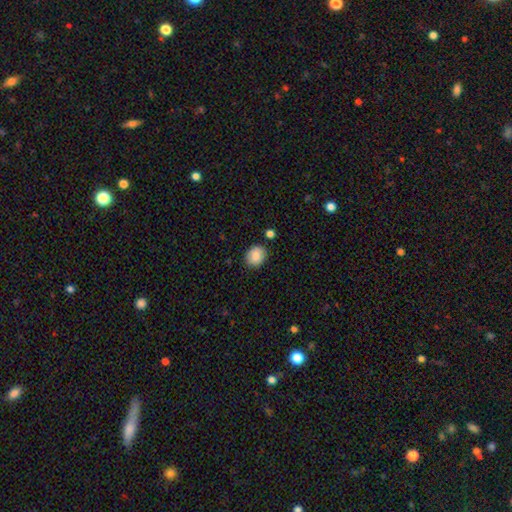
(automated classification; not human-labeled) Smooth or featured: smooth — 87% (star or artifact — 8%)
How rounded: round — 60% (in between — 39%)
Merging: none — 85% (minor disturbance — 10%)